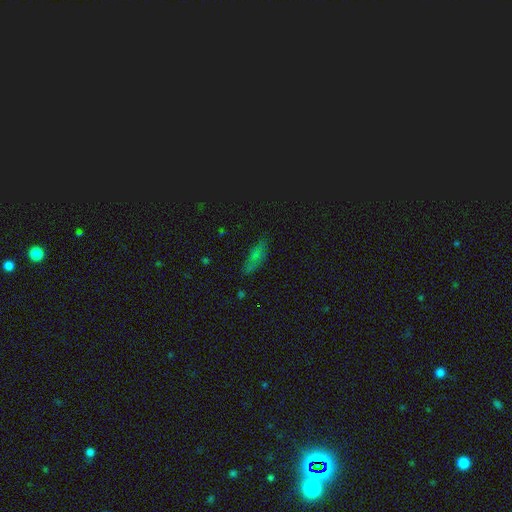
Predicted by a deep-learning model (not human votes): The model was most divided on "how rounded": in between: 52%, cigar-shaped: 43%, round: 5%. More confident: merging — none (73%); smooth or featured — smooth (60%).